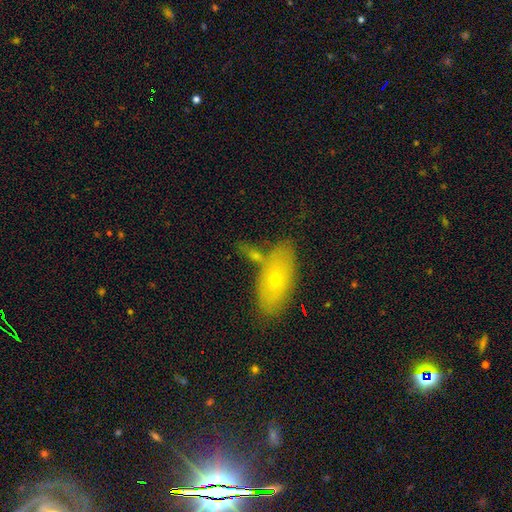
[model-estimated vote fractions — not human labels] Q: Smooth or featured?
A: smooth (61%); runner-up: featured or disk (30%)
Q: How rounded?
A: in between (77%); runner-up: cigar-shaped (13%)
Q: Merging?
A: none (52%); runner-up: merger (29%)